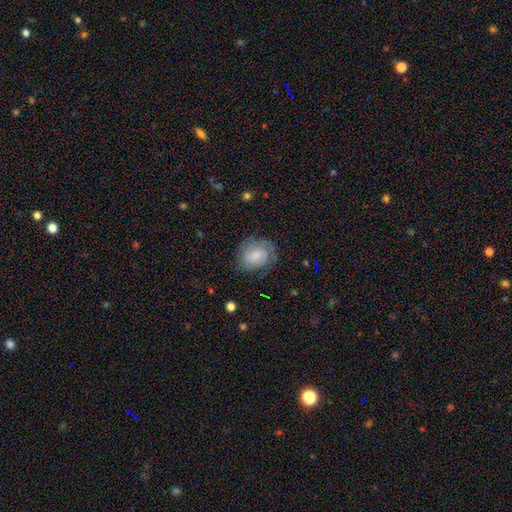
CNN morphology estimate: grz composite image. It shows a smooth galaxy with no disk features (63%) that is round (55%). Merging: none (71%).